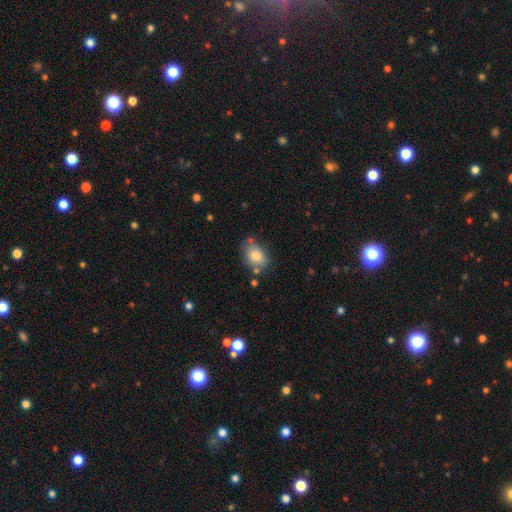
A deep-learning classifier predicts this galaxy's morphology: A smooth galaxy with no disk features (78%) that is in between round and cigar-shaped (69%). Merging: none (65%).